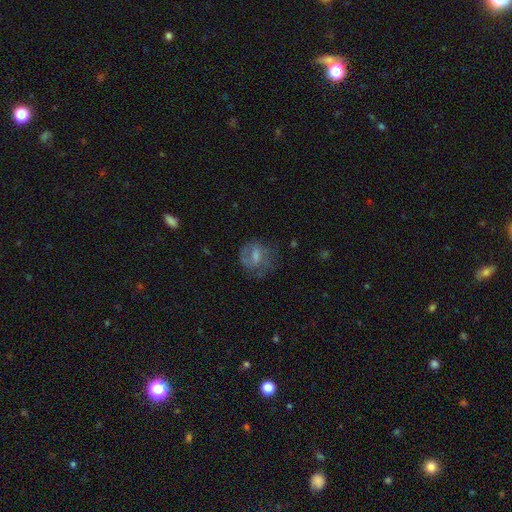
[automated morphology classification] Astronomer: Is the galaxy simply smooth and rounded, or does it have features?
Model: featured or disk — 49% (runner-up: smooth, 38%).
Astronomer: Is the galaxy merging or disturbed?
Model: none — 62%.